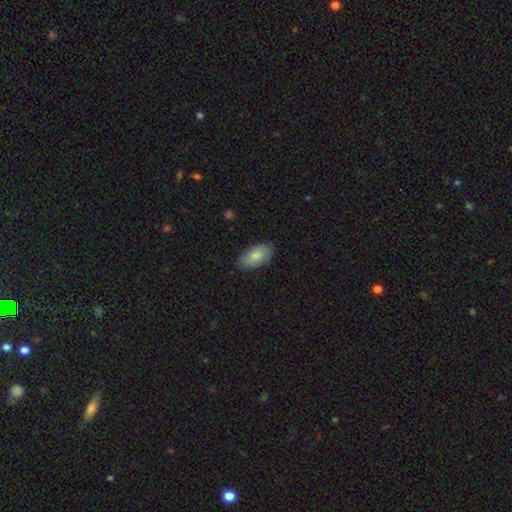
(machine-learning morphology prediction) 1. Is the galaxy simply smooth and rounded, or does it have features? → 83% smooth, 12% featured or disk, 6% star or artifact.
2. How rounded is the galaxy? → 94% in between, 3% cigar-shaped, 3% round.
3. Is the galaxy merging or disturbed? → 84% none, 13% minor disturbance, 2% major disturbance, 1% merger.